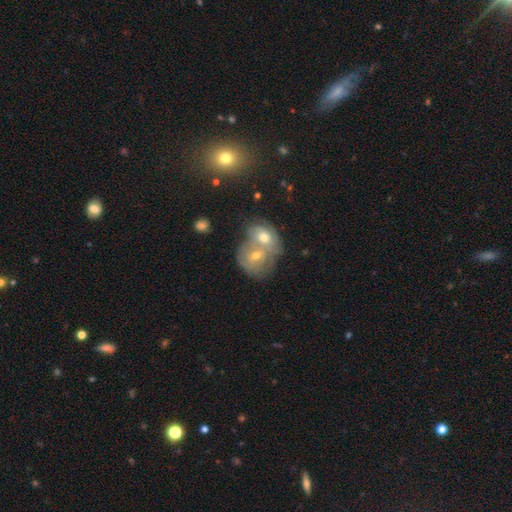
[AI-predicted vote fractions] Morphology: type=featured or disk (51%); edge-on=no (95%); merging=merger (72%).